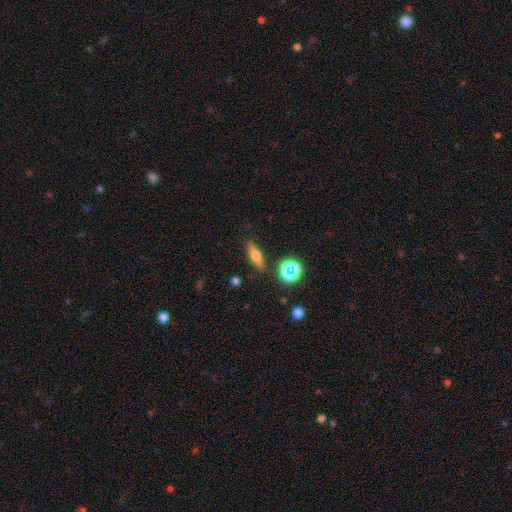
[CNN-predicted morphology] Smooth or featured?
  - smooth: 56% *
  - featured or disk: 31%
  - star or artifact: 13%
How rounded?
  - cigar-shaped: 53% *
  - in between: 40%
  - round: 8%
Merging?
  - none: 85% *
  - minor disturbance: 10%
  - major disturbance: 3%
  - merger: 2%